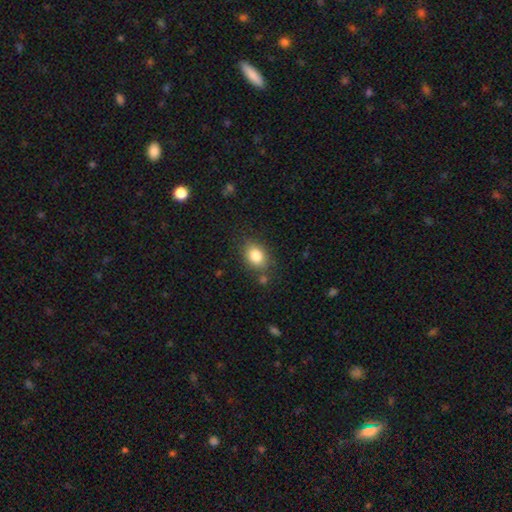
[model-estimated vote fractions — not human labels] The model was most divided on "how rounded": in between: 70%, round: 29%, cigar-shaped: 1%. More confident: smooth or featured — smooth (83%); merging — none (79%).